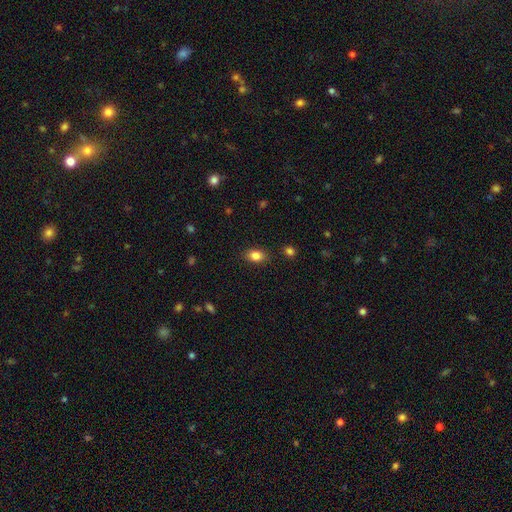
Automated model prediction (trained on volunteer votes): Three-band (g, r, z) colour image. It shows a smooth galaxy with no disk features (85%) that is in between round and cigar-shaped (80%). Merging: none (86%).